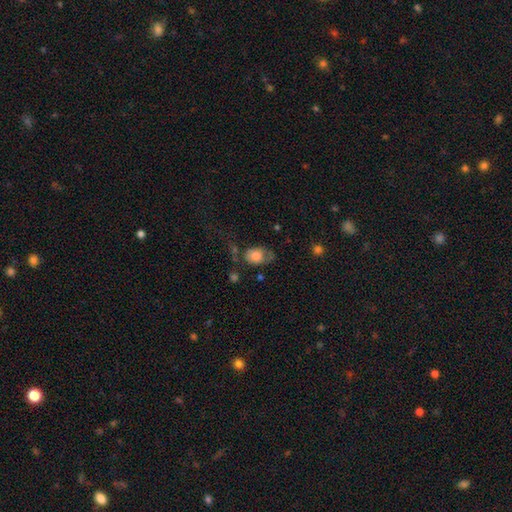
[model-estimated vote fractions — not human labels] The model was most divided on "merging": none: 36%, minor disturbance: 29%, major disturbance: 28%, merger: 7%. More confident: smooth or featured — smooth (72%); how rounded — in between (70%).